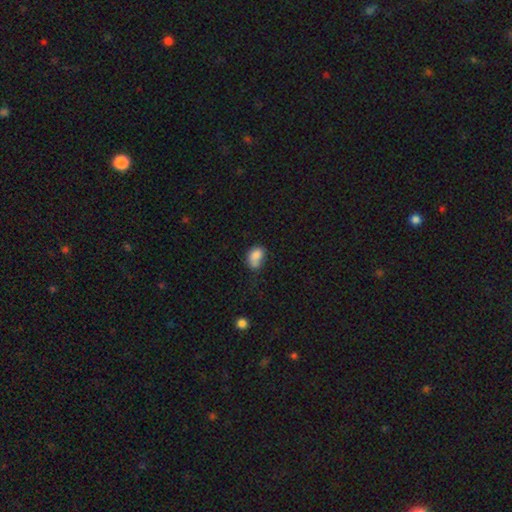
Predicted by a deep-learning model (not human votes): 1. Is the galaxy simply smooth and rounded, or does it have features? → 80% smooth, 10% featured or disk, 10% star or artifact.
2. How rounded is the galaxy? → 76% in between, 23% round, 1% cigar-shaped.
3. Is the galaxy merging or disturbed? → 34% none, 31% minor disturbance, 22% merger, 13% major disturbance.